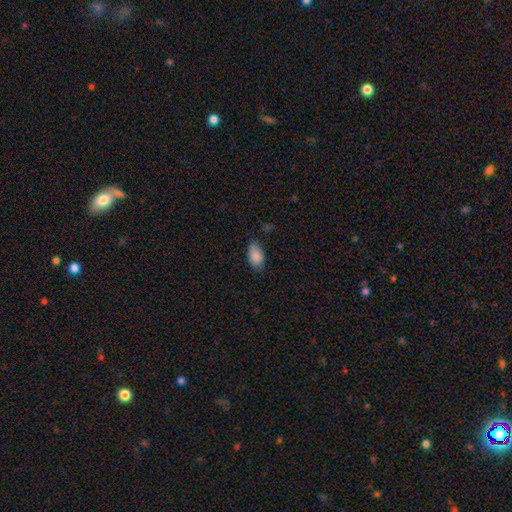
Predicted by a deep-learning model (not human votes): A smooth galaxy with no disk features (87%) that is in between round and cigar-shaped (92%).

Vote fractions:
- Smooth or featured? smooth: 87% / star or artifact: 7% / featured or disk: 5%
- How rounded? in between: 92% / round: 5% / cigar-shaped: 2%
- Merging? none: 73% / minor disturbance: 22% / major disturbance: 4% / merger: 1%